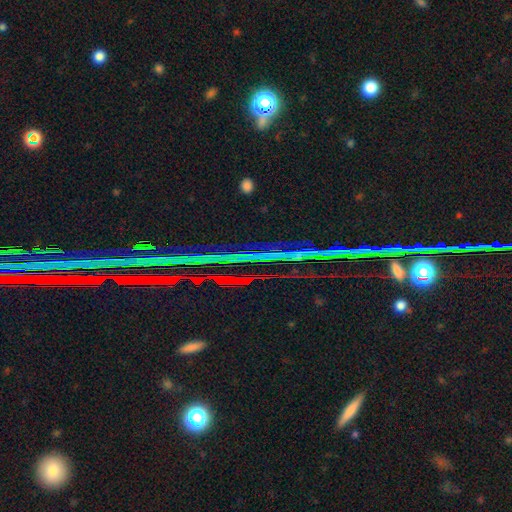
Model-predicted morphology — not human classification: type=star or artifact (83%).